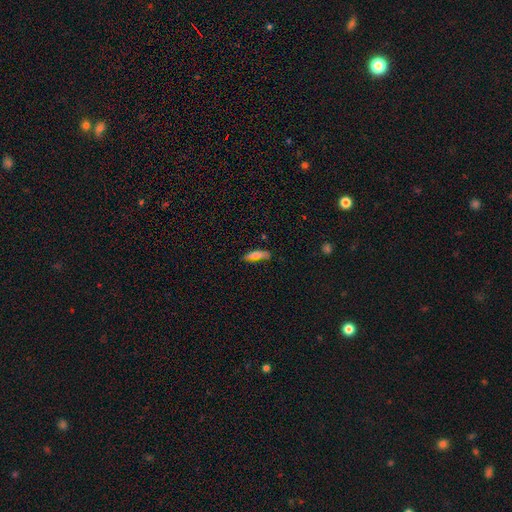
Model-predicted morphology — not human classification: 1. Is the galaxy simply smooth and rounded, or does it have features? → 71% smooth, 19% featured or disk, 10% star or artifact.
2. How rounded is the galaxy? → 65% cigar-shaped, 32% in between, 2% round.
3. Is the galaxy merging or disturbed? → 71% none, 22% minor disturbance, 5% major disturbance, 2% merger.